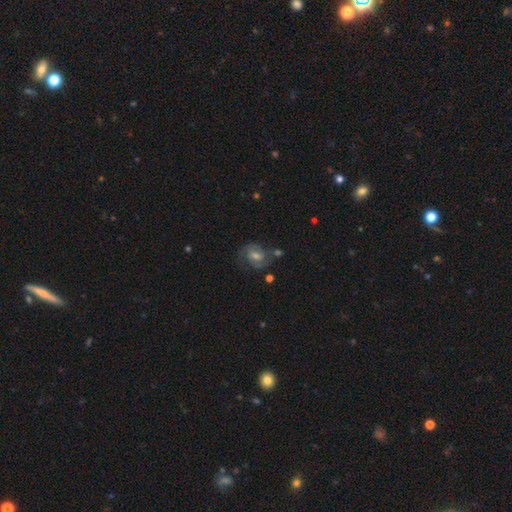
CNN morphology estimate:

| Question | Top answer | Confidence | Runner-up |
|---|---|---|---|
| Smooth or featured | featured or disk | 64% | smooth (22%) |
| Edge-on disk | no | 97% | yes (3%) |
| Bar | weak | 48% | no (39%) |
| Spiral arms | yes | 86% | no (14%) |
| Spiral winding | medium | 48% | tight (38%) |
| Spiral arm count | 2 | 73% | can't tell (16%) |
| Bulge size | moderate | 56% | small (29%) |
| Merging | none | 68% | minor disturbance (17%) |